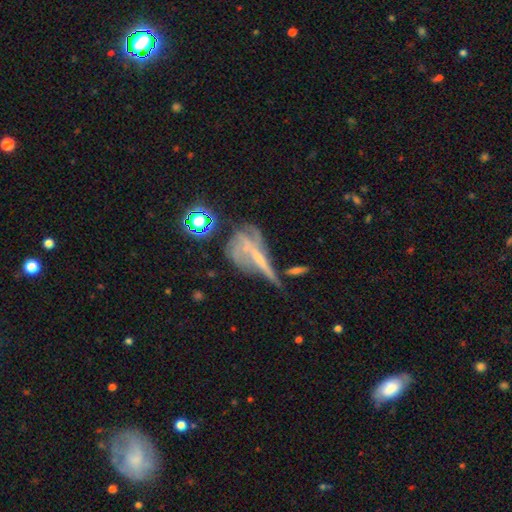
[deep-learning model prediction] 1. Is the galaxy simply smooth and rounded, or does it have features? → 56% featured or disk, 24% smooth, 20% star or artifact.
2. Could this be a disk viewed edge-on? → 66% no, 34% yes.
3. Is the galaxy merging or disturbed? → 29% major disturbance, 28% merger, 28% none, 15% minor disturbance.